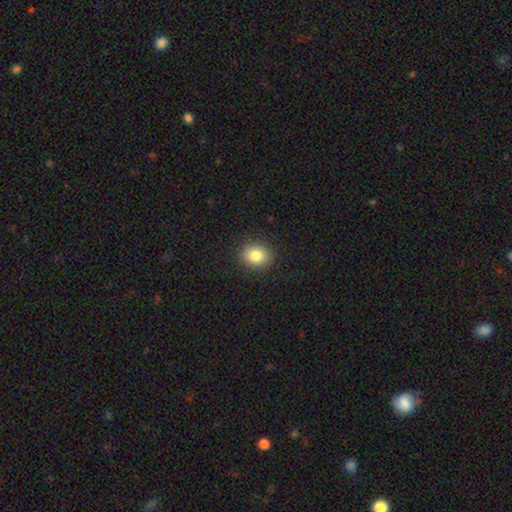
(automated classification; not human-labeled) A smooth galaxy with no disk features (83%) that is round (54%).

Vote fractions:
- Smooth or featured? smooth: 83% / star or artifact: 9% / featured or disk: 7%
- How rounded? round: 54% / in between: 45% / cigar-shaped: 1%
- Merging? none: 89% / minor disturbance: 7% / major disturbance: 2% / merger: 1%